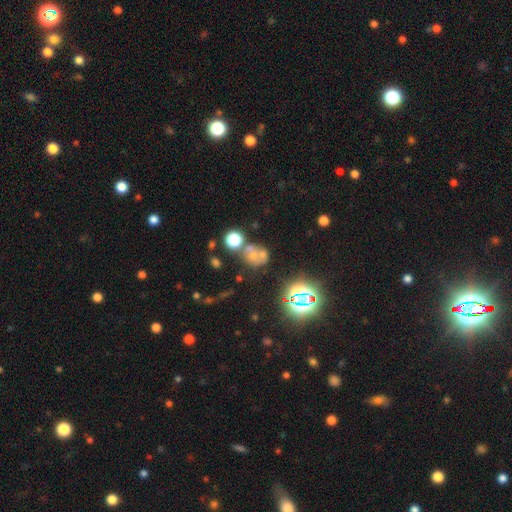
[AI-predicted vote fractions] Morphology: type=smooth (47%); merging=merger (47%).